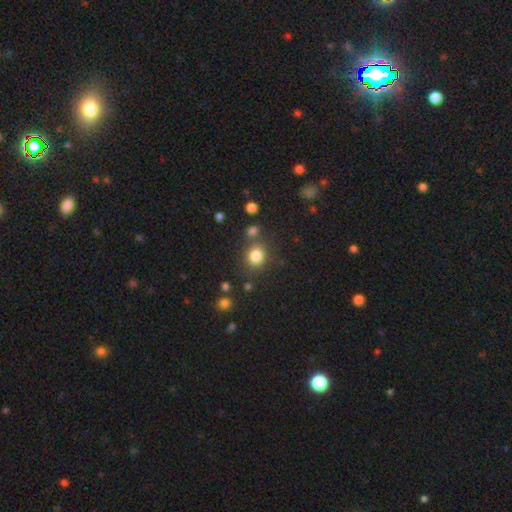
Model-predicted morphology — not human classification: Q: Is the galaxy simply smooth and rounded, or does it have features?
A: smooth — 82%.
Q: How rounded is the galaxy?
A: round — 75%.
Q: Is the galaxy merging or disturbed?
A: none — 75%.